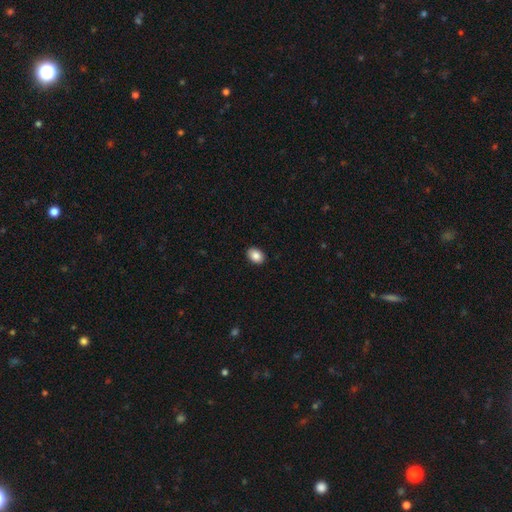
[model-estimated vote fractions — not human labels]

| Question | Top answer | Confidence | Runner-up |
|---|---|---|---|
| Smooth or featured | smooth | 88% | star or artifact (8%) |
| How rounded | in between | 75% | round (24%) |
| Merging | none | 90% | minor disturbance (7%) |